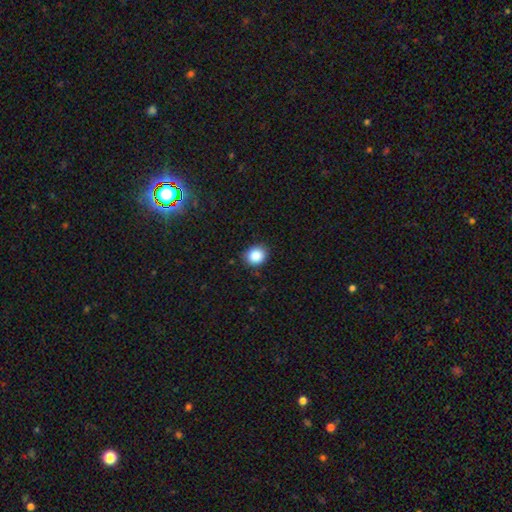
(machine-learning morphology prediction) Smooth or featured? smooth (87%)
How rounded? round (77%)
Merging? none (86%)